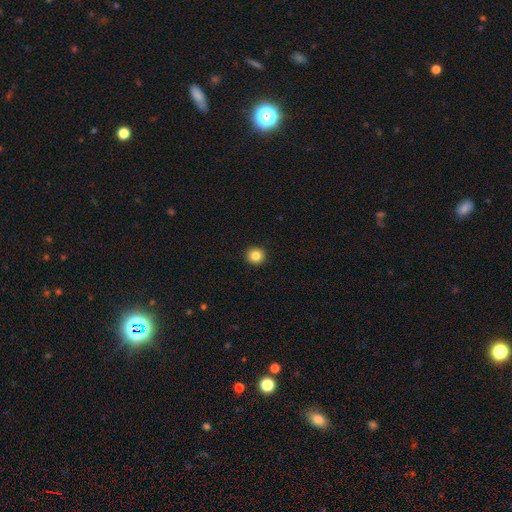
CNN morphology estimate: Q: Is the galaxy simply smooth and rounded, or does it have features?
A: smooth — 85%.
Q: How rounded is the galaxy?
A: round — 94%.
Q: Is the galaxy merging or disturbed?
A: none — 94%.